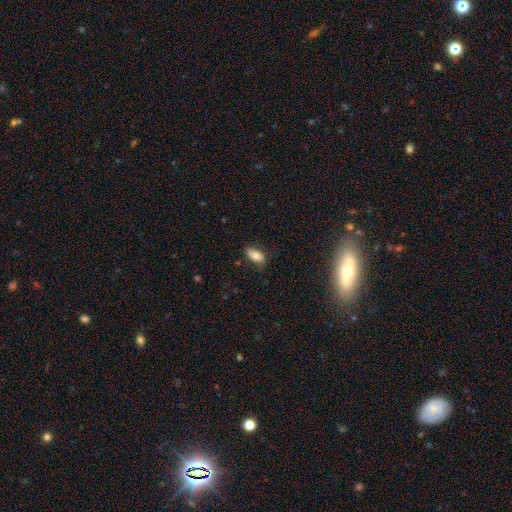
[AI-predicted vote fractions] Smooth or featured? smooth (76%)
How rounded? in between (88%)
Merging? none (74%)